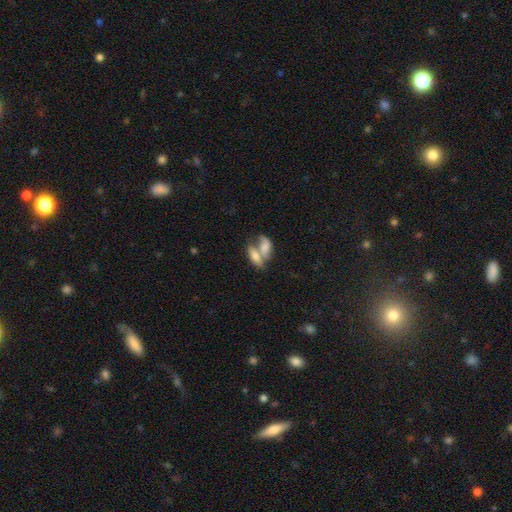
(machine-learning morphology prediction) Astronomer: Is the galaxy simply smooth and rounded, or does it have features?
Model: smooth — 66%.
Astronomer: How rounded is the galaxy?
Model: in between — 82%.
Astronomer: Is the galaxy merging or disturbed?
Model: merger — 70%.